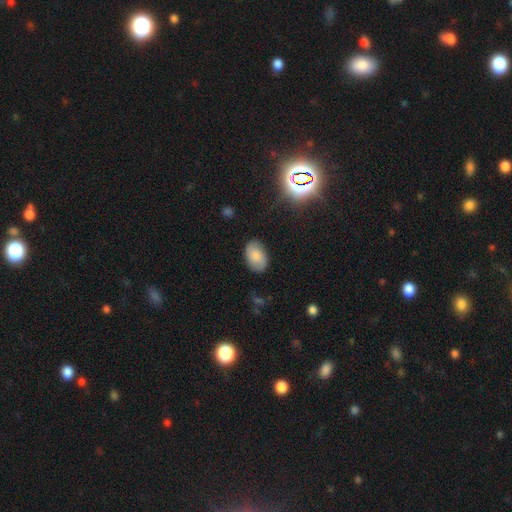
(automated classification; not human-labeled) Morphology: type=smooth (64%); roundness=in between (89%); merging=none (82%).